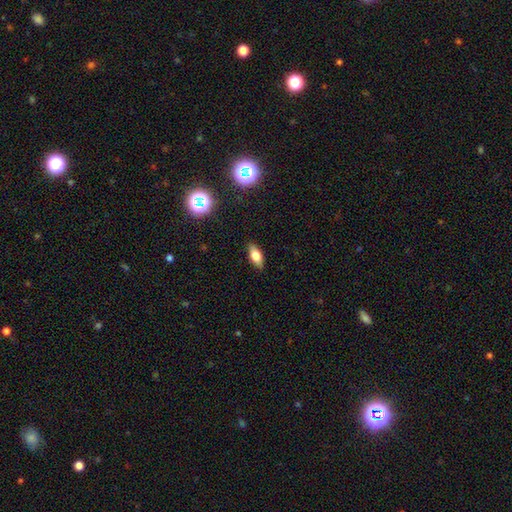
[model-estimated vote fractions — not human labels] Smooth or featured?
  - smooth: 69% *
  - featured or disk: 22%
  - star or artifact: 10%
How rounded?
  - in between: 79% *
  - cigar-shaped: 17%
  - round: 4%
Merging?
  - none: 88% *
  - minor disturbance: 9%
  - major disturbance: 2%
  - merger: 1%